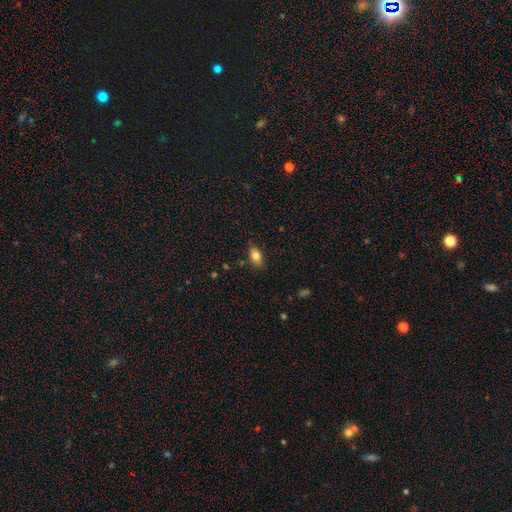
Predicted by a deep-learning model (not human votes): This appears to be a smooth galaxy with no disk features (82%) that is in between round and cigar-shaped (89%). Merging: none (83%).